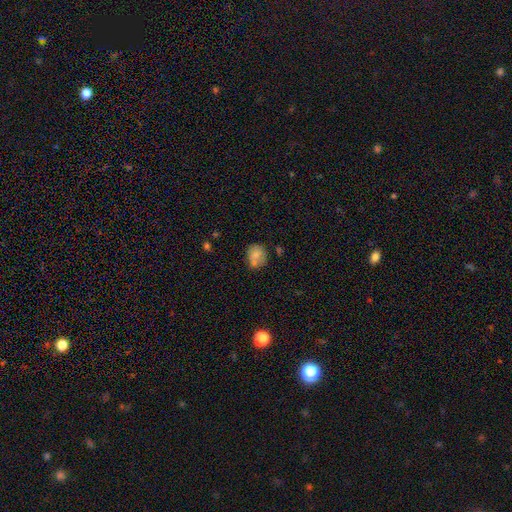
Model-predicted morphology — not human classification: smooth 74%, featured or disk 16%, star or artifact 10%. Down the decision tree: how rounded — round (70%); merging — none (56%).